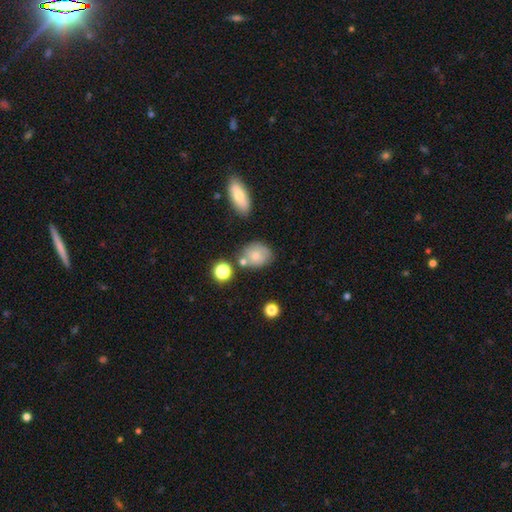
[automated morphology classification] This appears to be a smooth galaxy with no disk features (68%) that is round (60%). Merging: none (63%).